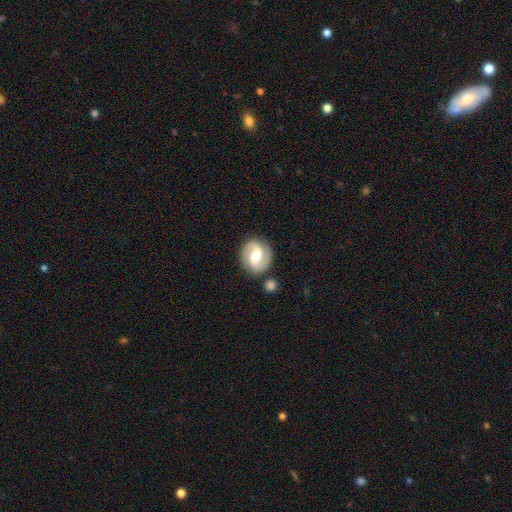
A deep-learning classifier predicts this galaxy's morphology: The model was most divided on "bar": weak: 49%, strong: 26%, no: 25%. Remaining: edge-on disk — no (98%); spiral arms — yes (93%); spiral arm count — 2 (90%); merging — none (80%); smooth or featured — featured or disk (77%); bulge size — moderate (65%); spiral winding — medium (50%).